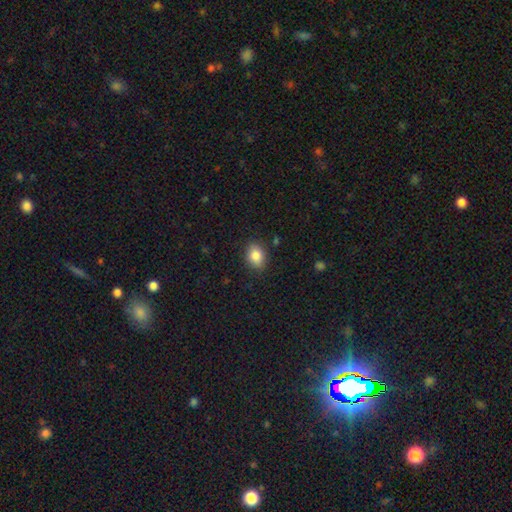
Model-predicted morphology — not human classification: Smooth or featured: smooth — 84% (star or artifact — 9%)
How rounded: in between — 70% (round — 29%)
Merging: none — 85% (minor disturbance — 11%)